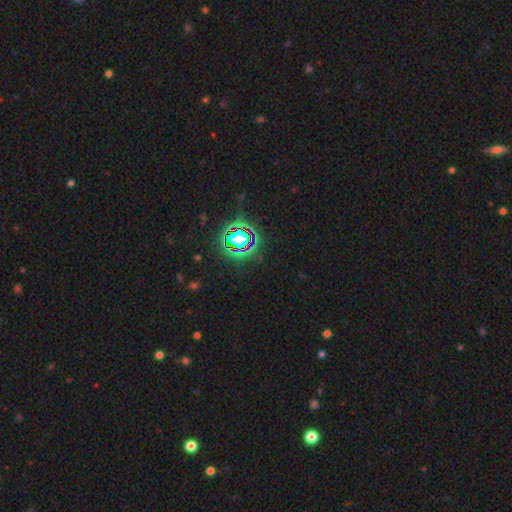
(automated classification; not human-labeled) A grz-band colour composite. It shows a star or artifact, not a galaxy (81%).